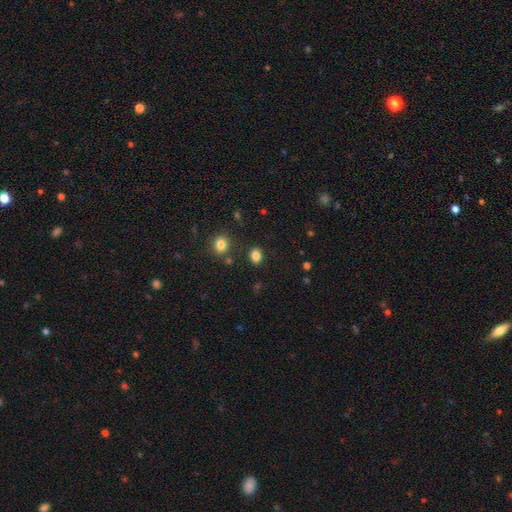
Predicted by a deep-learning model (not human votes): smooth 84%, star or artifact 11%, featured or disk 4%. Down the decision tree: how rounded — in between (66%); merging — none (85%).